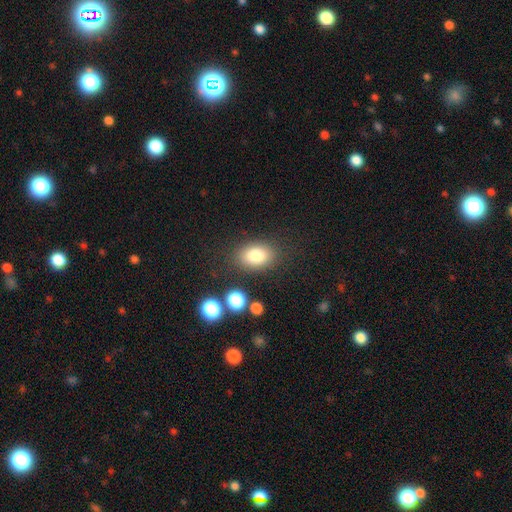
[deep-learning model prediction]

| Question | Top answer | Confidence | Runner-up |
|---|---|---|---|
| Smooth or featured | smooth | 81% | star or artifact (10%) |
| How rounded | in between | 81% | round (18%) |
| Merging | none | 82% | minor disturbance (11%) |